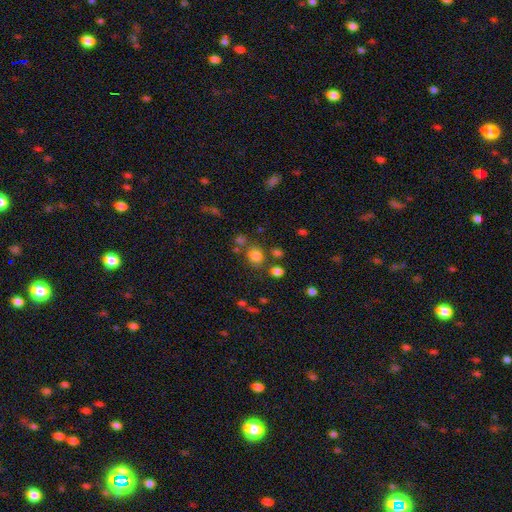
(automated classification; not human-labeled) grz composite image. It shows a smooth galaxy with no disk features (77%) that is round (70%). Merging: none (71%).